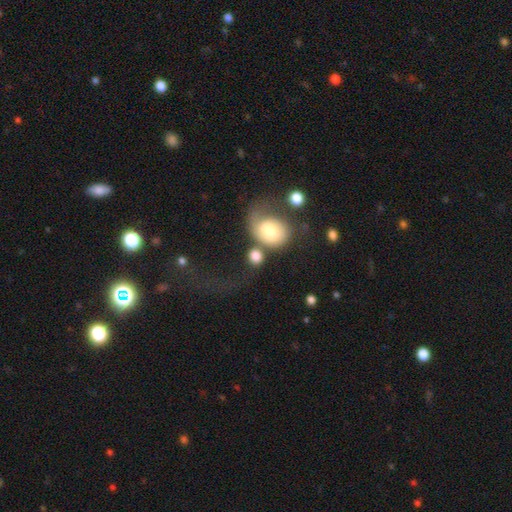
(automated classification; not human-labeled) This appears to be a smooth galaxy with no disk features (75%) that is round (57%). Merging: merger (33%).